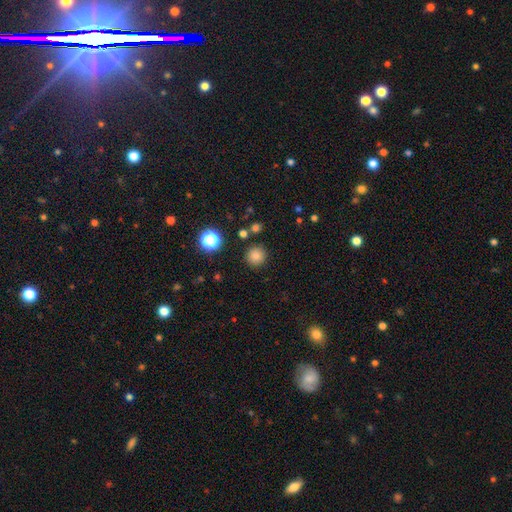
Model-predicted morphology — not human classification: Smooth or featured: smooth — 81% (star or artifact — 14%)
How rounded: round — 95% (in between — 4%)
Merging: none — 88% (minor disturbance — 7%)